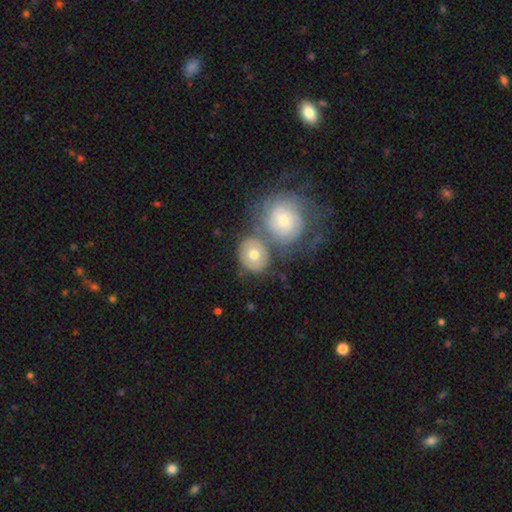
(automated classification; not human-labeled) smooth_or_featured: smooth (p=0.51) [alt: featured or disk p=0.42]
how_rounded: round (p=0.74) [alt: in between p=0.24]
merging: none (p=0.51) [alt: merger p=0.30]